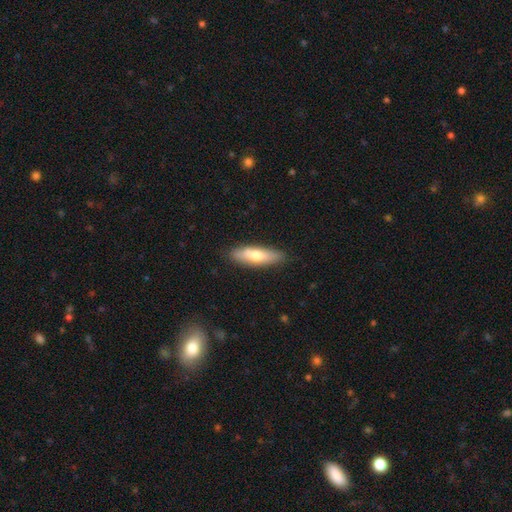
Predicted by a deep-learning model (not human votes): Morphology: type=smooth (63%); roundness=cigar-shaped (53%); merging=none (86%).